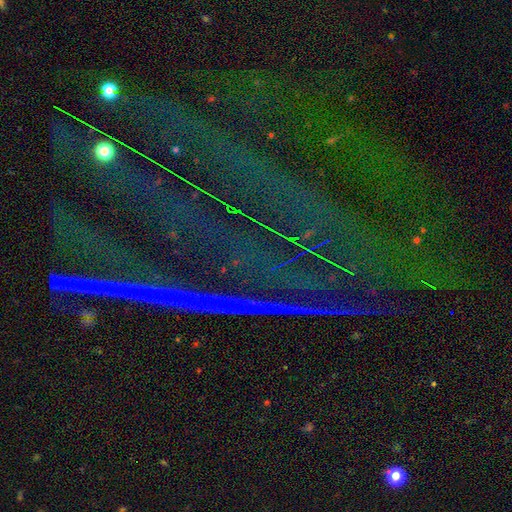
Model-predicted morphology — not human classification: A star or artifact, not a galaxy (87%).